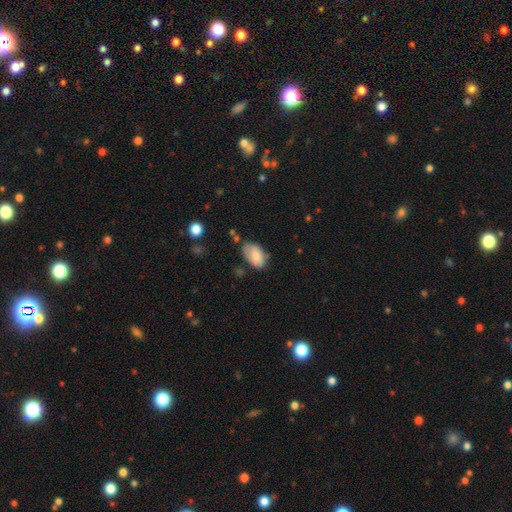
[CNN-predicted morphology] Smooth or featured: smooth — 81% (featured or disk — 12%)
How rounded: in between — 93% (round — 6%)
Merging: none — 57% (minor disturbance — 31%)